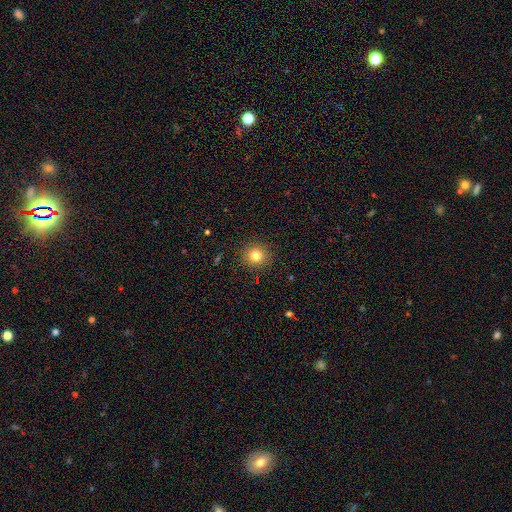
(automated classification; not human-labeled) Smooth or featured: smooth — 81% (star or artifact — 12%)
How rounded: round — 93% (in between — 6%)
Merging: none — 91% (minor disturbance — 6%)